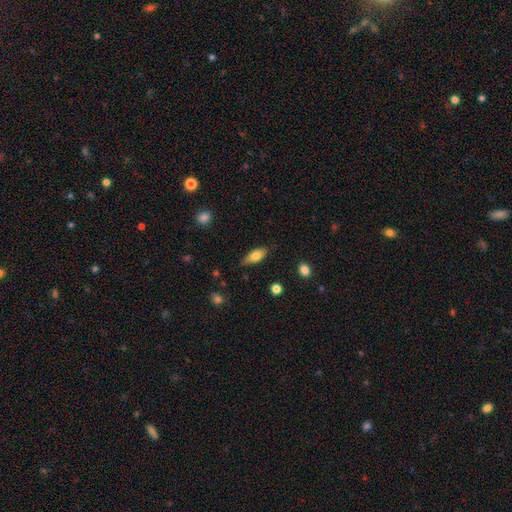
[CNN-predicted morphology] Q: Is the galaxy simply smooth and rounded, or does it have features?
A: smooth — 73%.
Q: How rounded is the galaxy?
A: in between — 80%.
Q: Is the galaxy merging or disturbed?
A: none — 79%.